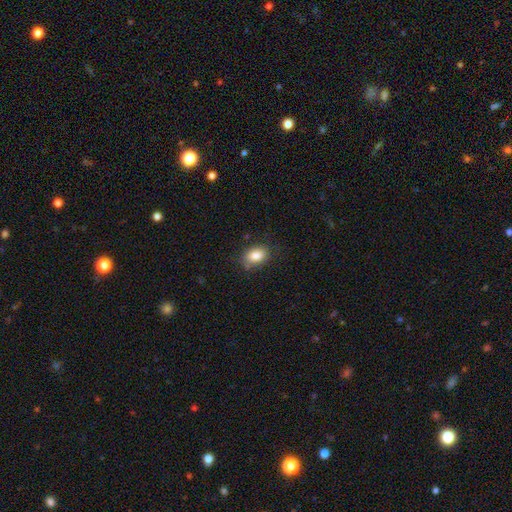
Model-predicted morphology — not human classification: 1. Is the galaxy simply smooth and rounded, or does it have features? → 85% smooth, 8% star or artifact, 6% featured or disk.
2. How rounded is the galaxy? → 80% in between, 19% round, 1% cigar-shaped.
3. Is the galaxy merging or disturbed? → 79% none, 15% minor disturbance, 4% major disturbance, 2% merger.